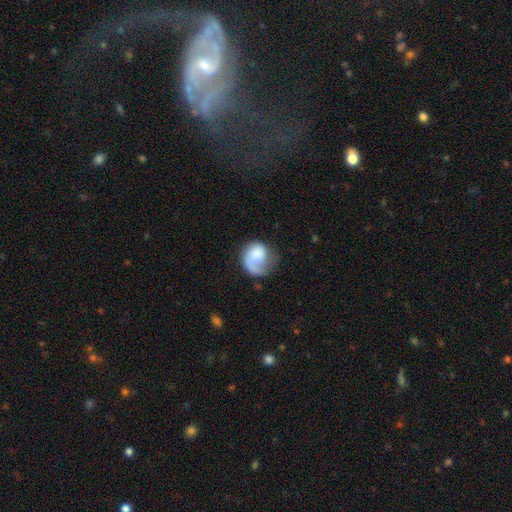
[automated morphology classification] Overall: smooth (54%; featured or disk 40%). How rounded: round (70%). Merging: none (37%, tied with major disturbance).